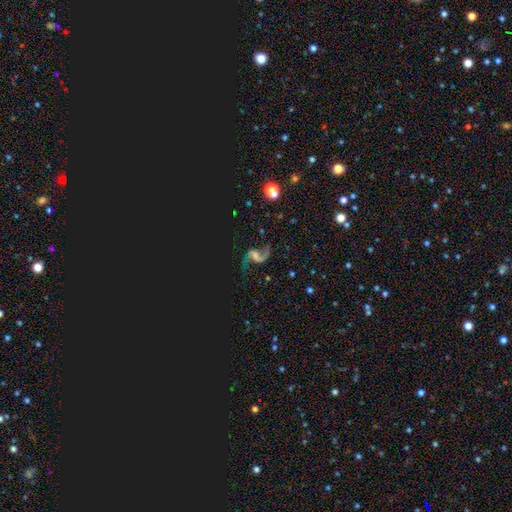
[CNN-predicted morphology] smooth_or_featured: featured or disk (p=0.80) [alt: star or artifact p=0.13]
disk_edge_on: no (p=0.97) [alt: yes p=0.03]
bar: weak (p=0.46) [alt: no p=0.31]
has_spiral_arms: yes (p=0.96) [alt: no p=0.04]
spiral_winding: loose (p=0.78) [alt: medium p=0.17]
spiral_arm_count: 2 (p=0.92) [alt: 1 p=0.04]
bulge_size: none (p=0.39) [alt: small p=0.34]
merging: none (p=0.67) [alt: major disturbance p=0.15]